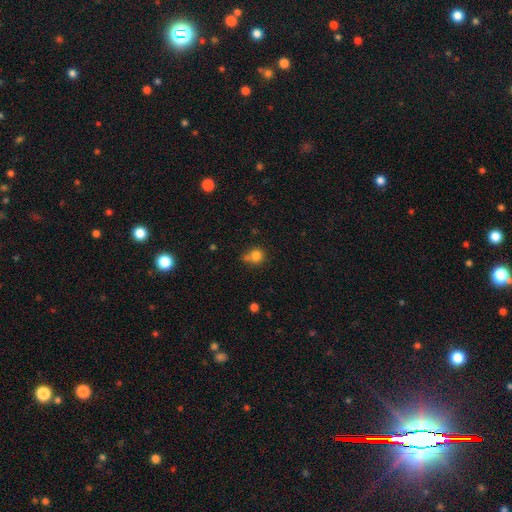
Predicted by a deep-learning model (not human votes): smooth_or_featured: smooth (p=0.80) [alt: star or artifact p=0.12]
how_rounded: round (p=0.86) [alt: in between p=0.13]
merging: none (p=0.56) [alt: minor disturbance p=0.19]